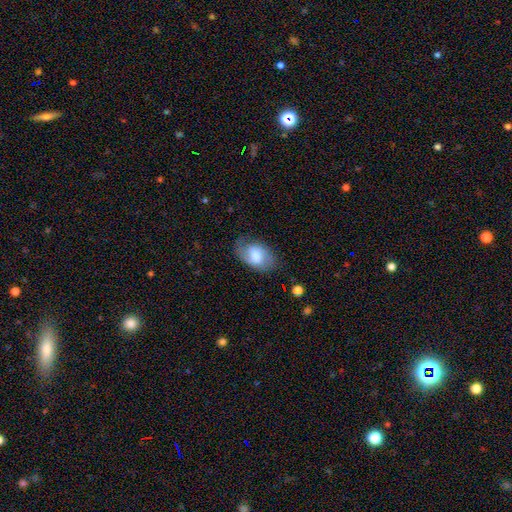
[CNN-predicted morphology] This is possibly a smooth galaxy (59%). How rounded: clearly in between (88%). Merging: likely none (64%).